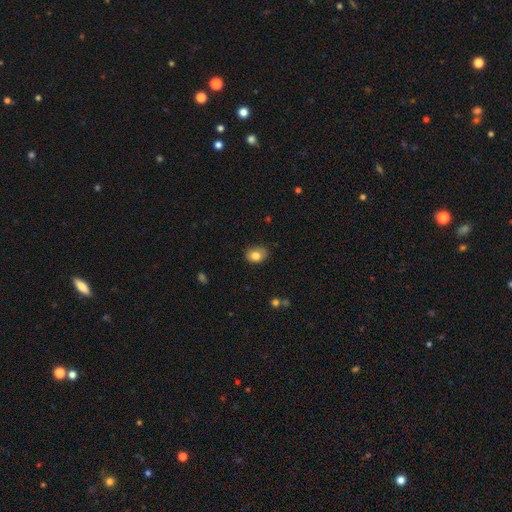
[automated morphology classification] A smooth galaxy with no disk features (81%) that is in between round and cigar-shaped (64%).

Vote fractions:
- Smooth or featured? smooth: 81% / featured or disk: 10% / star or artifact: 9%
- How rounded? in between: 64% / round: 35% / cigar-shaped: 1%
- Merging? none: 79% / minor disturbance: 17% / major disturbance: 3% / merger: 1%